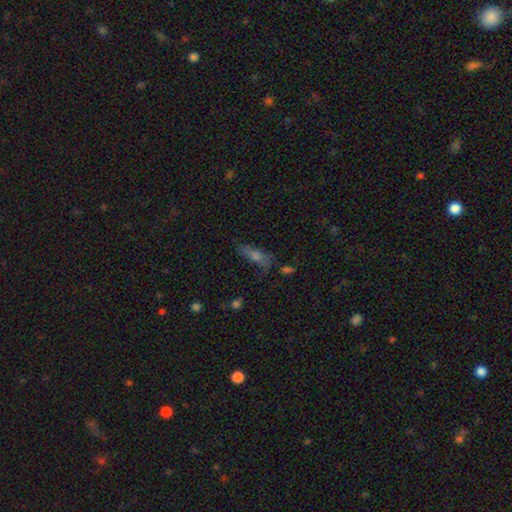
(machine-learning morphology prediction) Smooth or featured? Predicted: smooth (p=0.55). How rounded? Predicted: in between (p=0.49). Merging? Predicted: none (p=0.60).